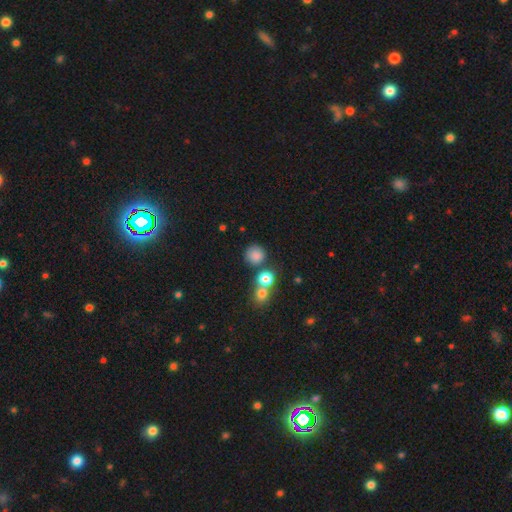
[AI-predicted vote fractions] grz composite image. It shows a smooth galaxy with no disk features (80%) that is round (89%). Merging: none (65%).